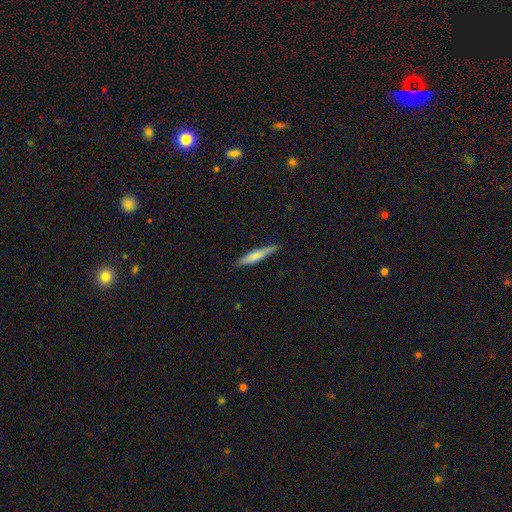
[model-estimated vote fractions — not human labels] A smooth galaxy with no disk features (73%) that is cigar-shaped (87%).

Vote fractions:
- Smooth or featured? smooth: 73% / featured or disk: 21% / star or artifact: 6%
- How rounded? cigar-shaped: 87% / in between: 12% / round: 1%
- Merging? none: 84% / minor disturbance: 13% / major disturbance: 2% / merger: 1%